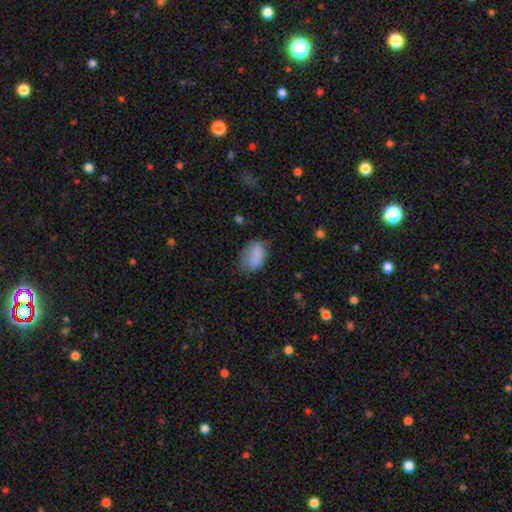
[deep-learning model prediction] smooth-or-featured: smooth: 79% | featured or disk: 12% | star or artifact: 9%
  how-rounded: in between: 84% | round: 14% | cigar-shaped: 1%
  merging: none: 49% | minor disturbance: 32% | major disturbance: 14% | merger: 4%